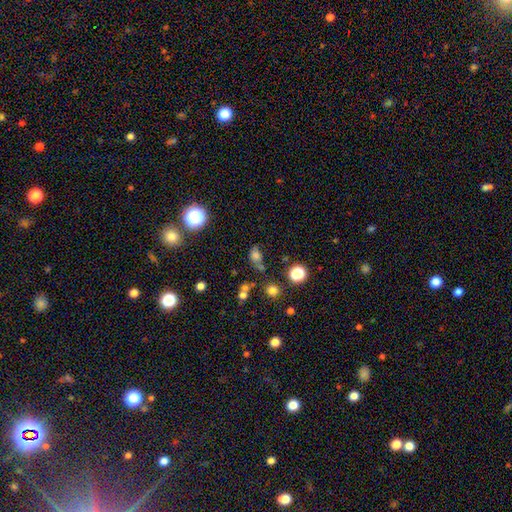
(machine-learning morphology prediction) Smooth or featured? smooth (68%)
How rounded? in between (60%)
Merging? none (48%)